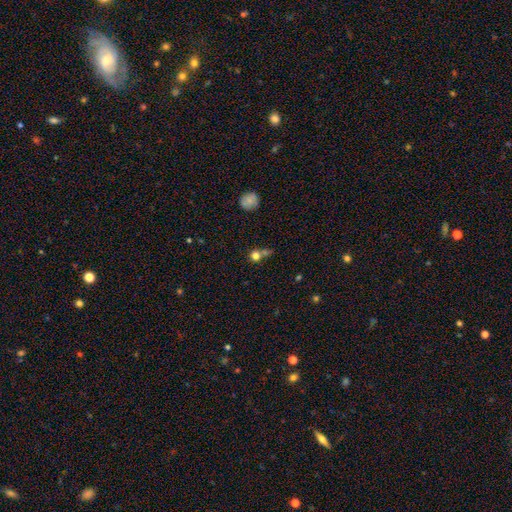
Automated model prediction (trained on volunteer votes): Smooth or featured?
  - smooth: 75% *
  - star or artifact: 14%
  - featured or disk: 11%
How rounded?
  - round: 88% *
  - in between: 10%
  - cigar-shaped: 2%
Merging?
  - none: 48% *
  - merger: 36%
  - minor disturbance: 10%
  - major disturbance: 6%